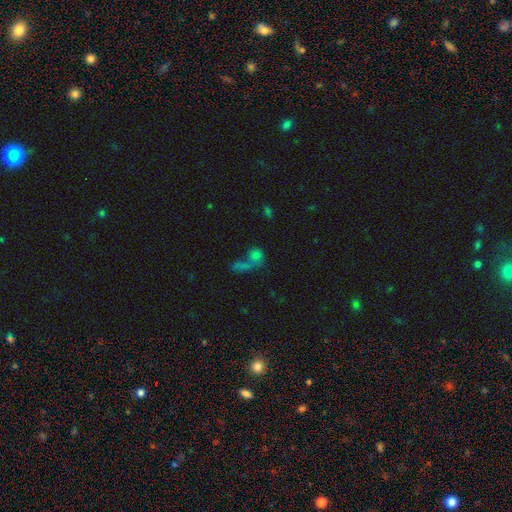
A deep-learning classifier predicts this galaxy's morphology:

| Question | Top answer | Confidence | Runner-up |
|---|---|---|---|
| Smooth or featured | smooth | 69% | star or artifact (16%) |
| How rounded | round | 64% | in between (33%) |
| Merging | merger | 56% | none (26%) |